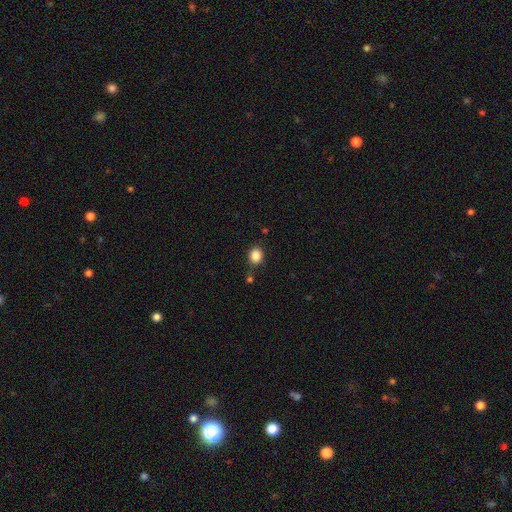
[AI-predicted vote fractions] This appears to be a smooth galaxy with no disk features (86%) that is round (64%). Merging: none (80%).